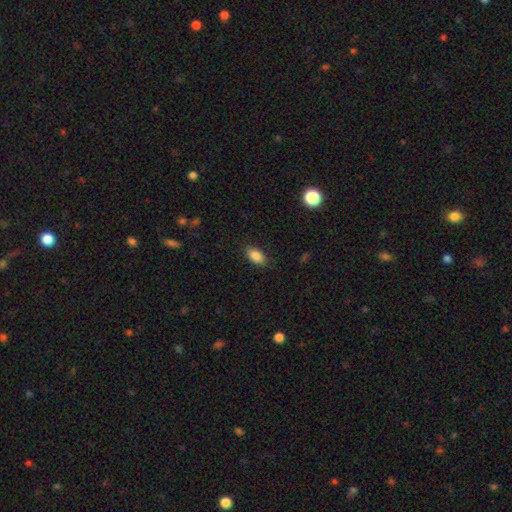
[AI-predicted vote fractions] Smooth or featured?
  - smooth: 87% *
  - star or artifact: 8%
  - featured or disk: 5%
How rounded?
  - in between: 91% *
  - round: 6%
  - cigar-shaped: 4%
Merging?
  - none: 85% *
  - minor disturbance: 11%
  - major disturbance: 3%
  - merger: 1%